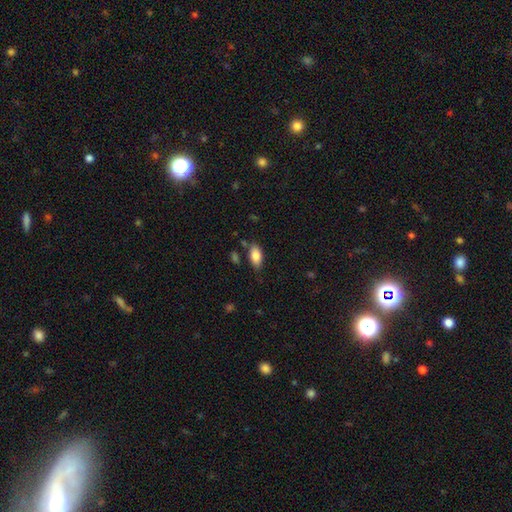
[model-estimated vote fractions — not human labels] Overall: smooth (84%). How rounded: in between (91%). Merging: none (77%).